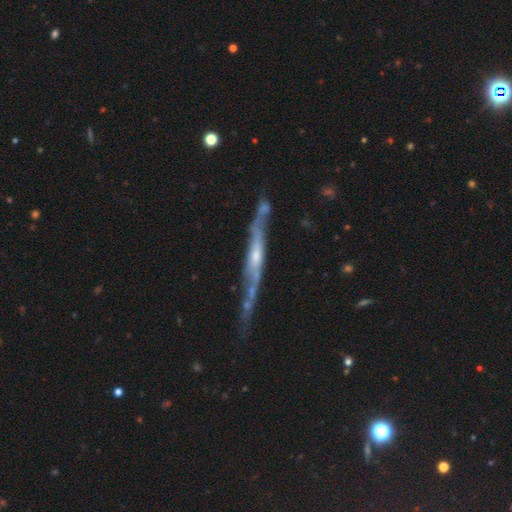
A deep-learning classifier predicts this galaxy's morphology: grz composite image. It shows a featured or disk galaxy (79%) viewed edge-on (85%) with a rounded central bulge (48%). Merging: none (58%).